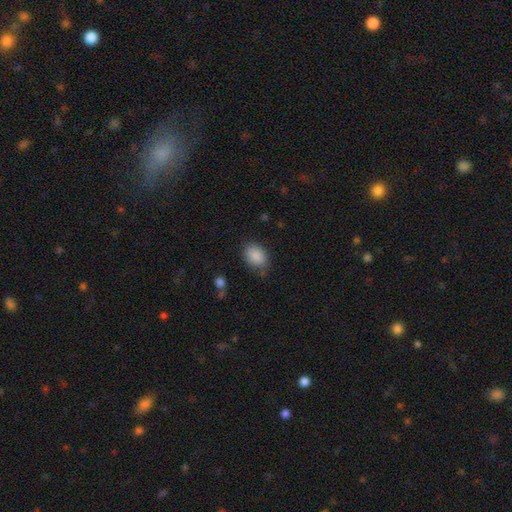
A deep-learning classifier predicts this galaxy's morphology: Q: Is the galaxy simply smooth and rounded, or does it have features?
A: smooth — 88%.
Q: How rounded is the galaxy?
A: in between — 77%.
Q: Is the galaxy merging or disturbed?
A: none — 74%.